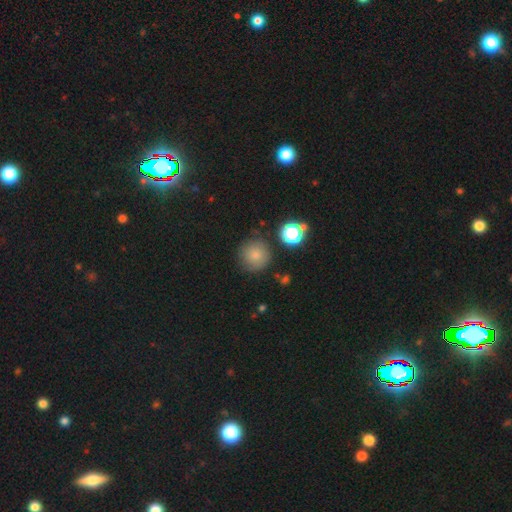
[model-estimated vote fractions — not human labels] This appears to be a smooth galaxy with no disk features (81%) that is round (94%). Merging: none (81%).